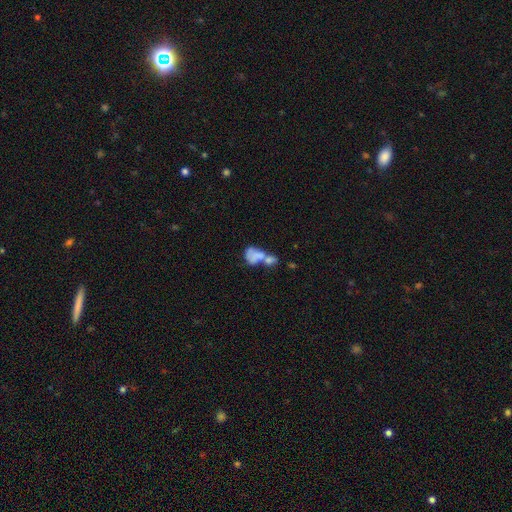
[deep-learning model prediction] A smooth galaxy with no disk features (62%) that is in between round and cigar-shaped (77%). Merging: merger (71%).